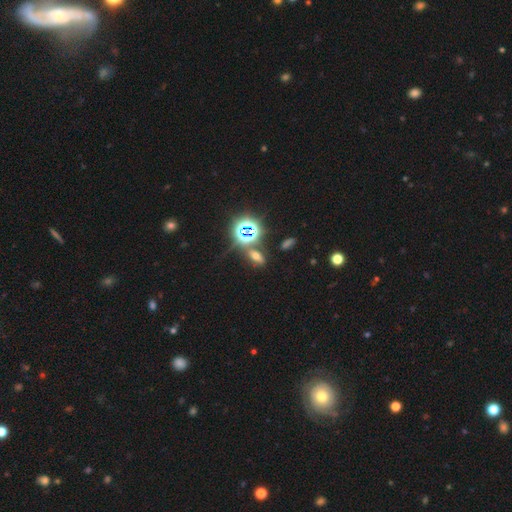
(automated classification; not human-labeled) Smooth or featured?
  - star or artifact: 44% *
  - smooth: 40%
  - featured or disk: 16%